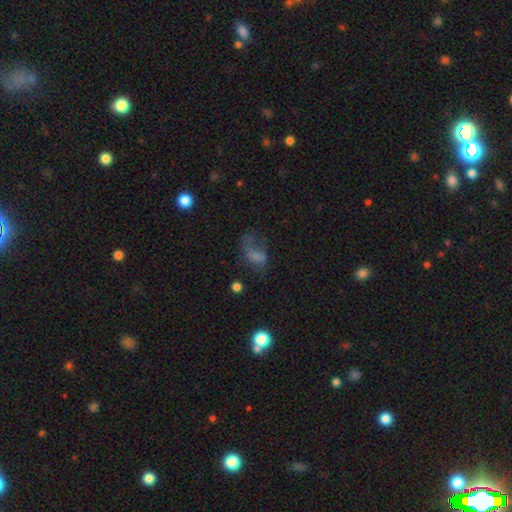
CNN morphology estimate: Smooth or featured?
  - smooth: 50% *
  - featured or disk: 32%
  - star or artifact: 18%
How rounded?
  - in between: 79% *
  - round: 18%
  - cigar-shaped: 3%
Merging?
  - major disturbance: 47% *
  - none: 28%
  - minor disturbance: 20%
  - merger: 5%